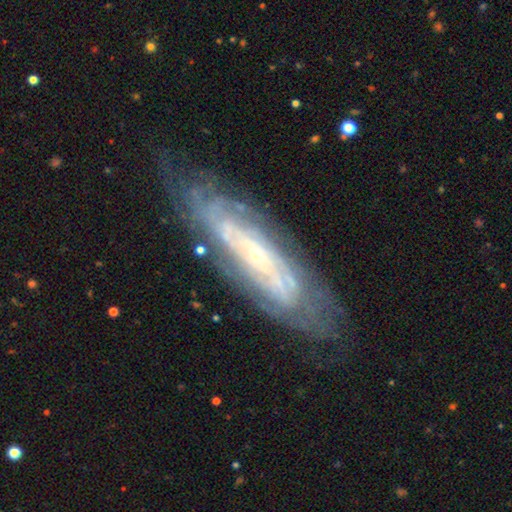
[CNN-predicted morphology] Smooth or featured? Predicted: featured or disk (p=0.82). Edge-on disk? Predicted: no (p=0.79). Bar? Predicted: no (p=0.69). Spiral arms? Predicted: yes (p=0.90). Spiral winding? Predicted: tight (p=0.77). Spiral arm count? Predicted: can't tell (p=0.57). Bulge size? Predicted: small (p=0.84). Merging? Predicted: none (p=0.77).